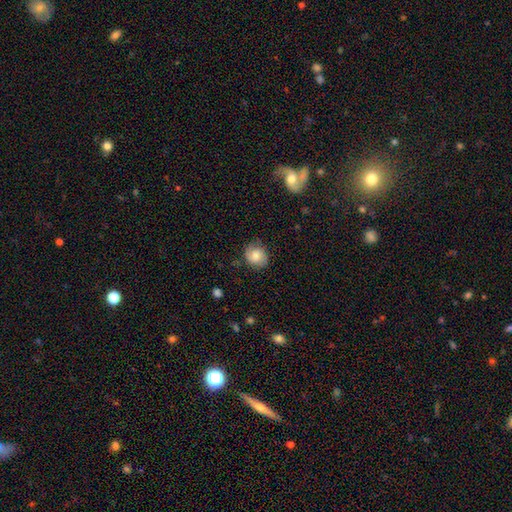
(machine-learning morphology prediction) Q: Smooth or featured?
A: smooth (68%); runner-up: featured or disk (23%)
Q: How rounded?
A: round (73%); runner-up: in between (26%)
Q: Merging?
A: none (74%); runner-up: minor disturbance (20%)